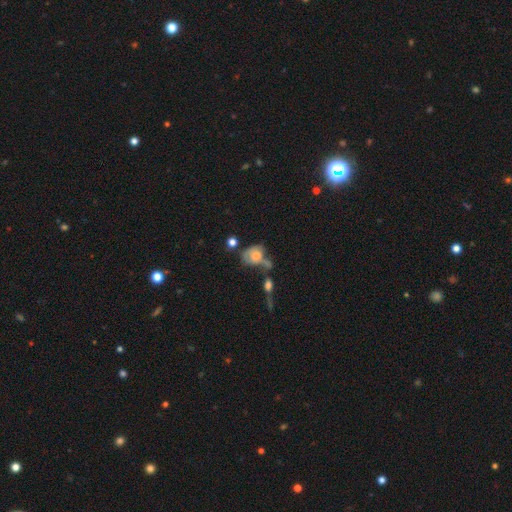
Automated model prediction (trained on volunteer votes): A smooth galaxy with no disk features (60%) that is in between round and cigar-shaped (71%). Merging: merger (36%).